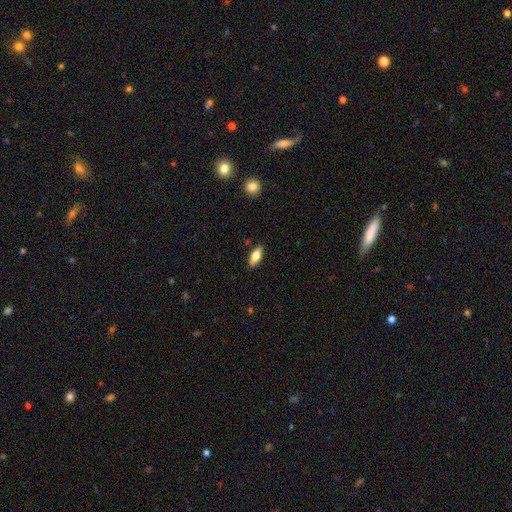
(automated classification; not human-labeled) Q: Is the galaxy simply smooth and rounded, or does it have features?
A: smooth — 69%.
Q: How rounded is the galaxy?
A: in between — 77%.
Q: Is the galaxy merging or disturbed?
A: none — 88%.